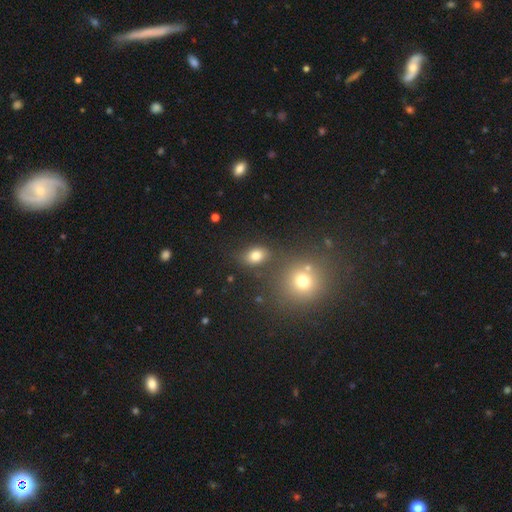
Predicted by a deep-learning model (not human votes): smooth 79%, star or artifact 13%, featured or disk 8%. Down the decision tree: how rounded — in between (69%); merging — none (71%).